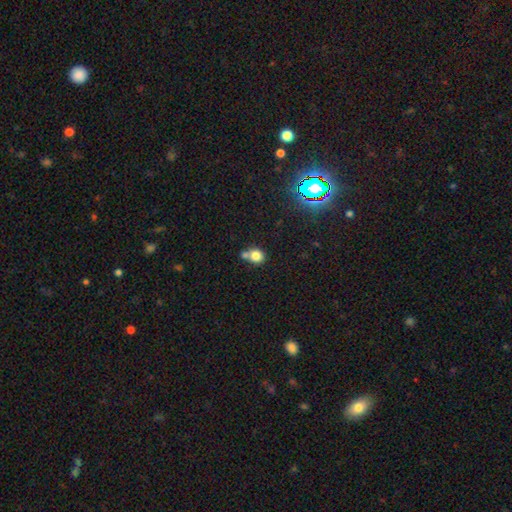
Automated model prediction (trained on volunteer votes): Smooth or featured: smooth — 80% (star or artifact — 12%)
How rounded: round — 75% (in between — 24%)
Merging: none — 45% (merger — 40%)